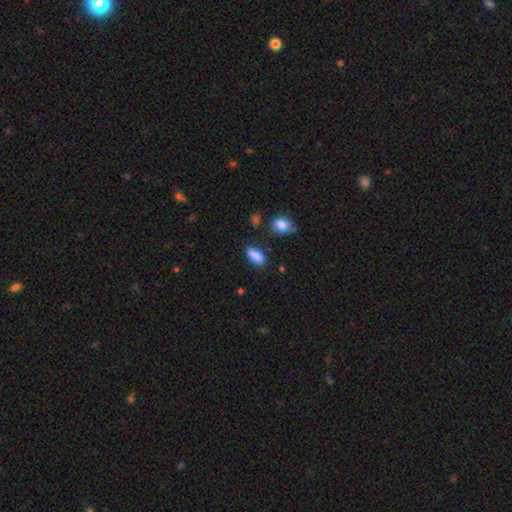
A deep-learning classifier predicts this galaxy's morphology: smooth_or_featured: smooth (p=0.87) [alt: star or artifact p=0.08]
how_rounded: in between (p=0.81) [alt: cigar-shaped p=0.15]
merging: none (p=0.75) [alt: minor disturbance p=0.17]